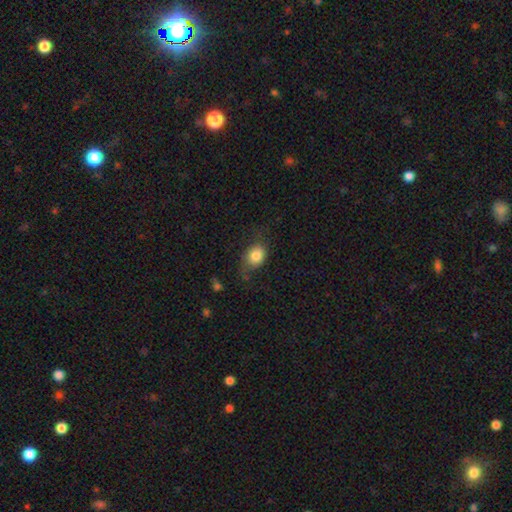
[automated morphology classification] smooth-or-featured: smooth: 80% | featured or disk: 12% | star or artifact: 9%
  how-rounded: in between: 59% | round: 40% | cigar-shaped: 1%
  merging: none: 53% | minor disturbance: 29% | major disturbance: 15% | merger: 2%